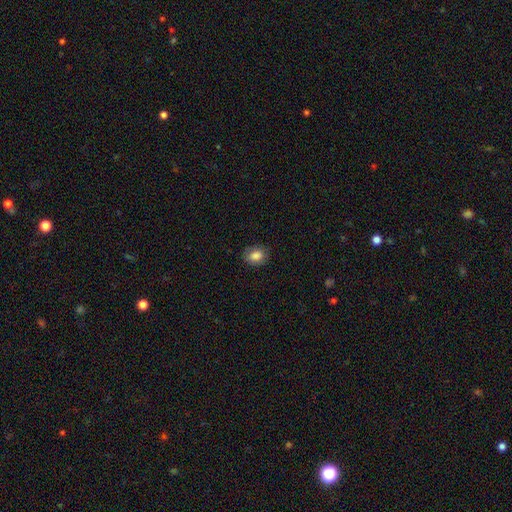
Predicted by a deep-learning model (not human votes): The model was most divided on "how rounded": in between: 67%, round: 32%, cigar-shaped: 1%. More confident: smooth or featured — smooth (85%); merging — none (79%).